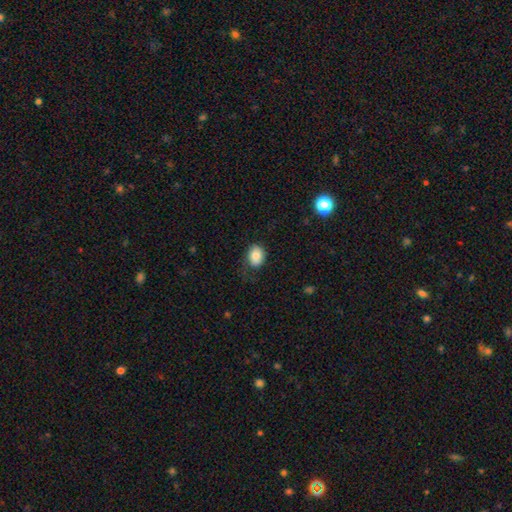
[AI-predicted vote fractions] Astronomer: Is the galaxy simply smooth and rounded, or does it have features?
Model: smooth — 83%.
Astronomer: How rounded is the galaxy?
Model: in between — 68%.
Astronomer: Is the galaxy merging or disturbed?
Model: none — 63%.